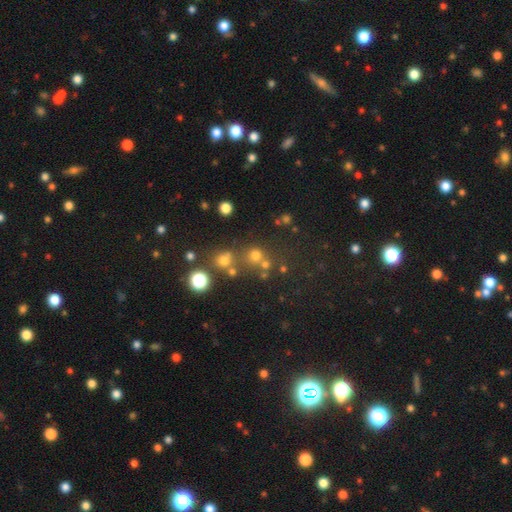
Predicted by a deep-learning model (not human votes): smooth 68%, star or artifact 24%, featured or disk 9%. Down the decision tree: how rounded — round (89%); merging — none (66%).